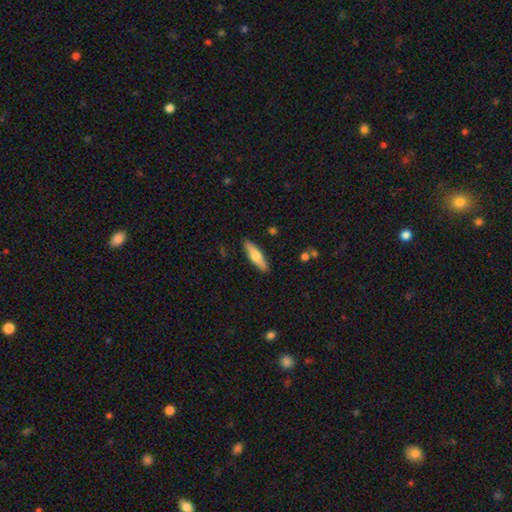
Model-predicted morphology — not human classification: Smooth or featured?
  - smooth: 58% *
  - featured or disk: 36%
  - star or artifact: 6%
How rounded?
  - cigar-shaped: 65% *
  - in between: 33%
  - round: 2%
Merging?
  - none: 89% *
  - minor disturbance: 8%
  - major disturbance: 2%
  - merger: 1%